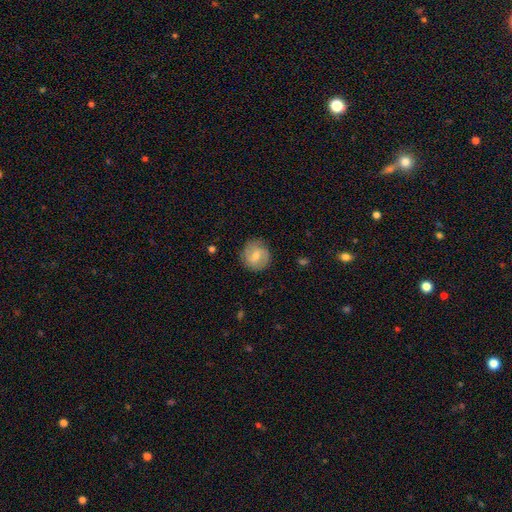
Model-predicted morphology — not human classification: This appears to be a smooth galaxy with no disk features (51%) that is round (87%). Merging: none (83%).